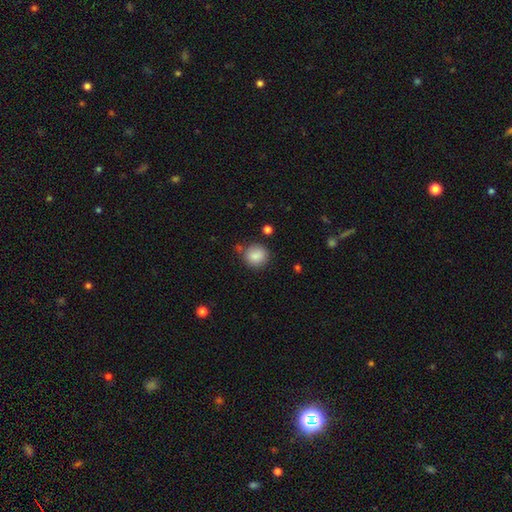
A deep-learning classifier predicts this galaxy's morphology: smooth_or_featured: smooth (p=0.87) [alt: star or artifact p=0.08]
how_rounded: round (p=0.87) [alt: in between p=0.12]
merging: none (p=0.78) [alt: minor disturbance p=0.13]